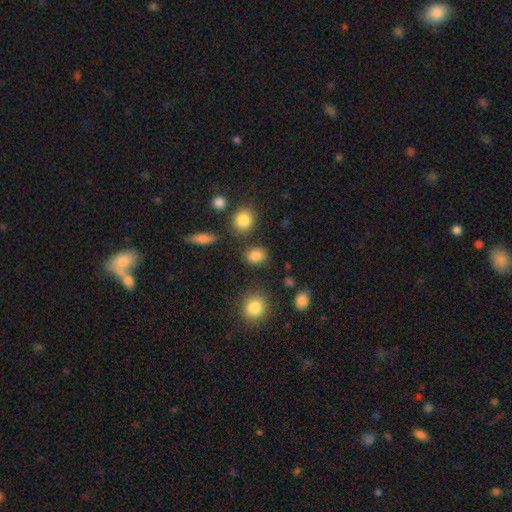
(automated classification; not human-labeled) A smooth galaxy with no disk features (84%) that is in between round and cigar-shaped (55%).

Vote fractions:
- Smooth or featured? smooth: 84% / star or artifact: 11% / featured or disk: 5%
- How rounded? in between: 55% / round: 43% / cigar-shaped: 2%
- Merging? none: 82% / minor disturbance: 10% / merger: 5% / major disturbance: 3%